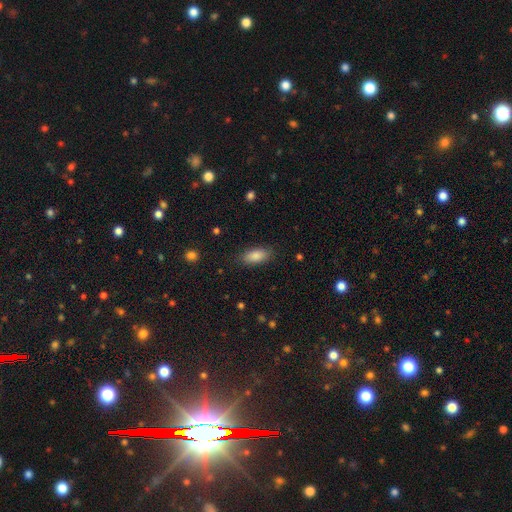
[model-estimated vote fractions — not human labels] smooth 85%, star or artifact 7%, featured or disk 7%. Down the decision tree: how rounded — in between (87%); merging — none (85%).